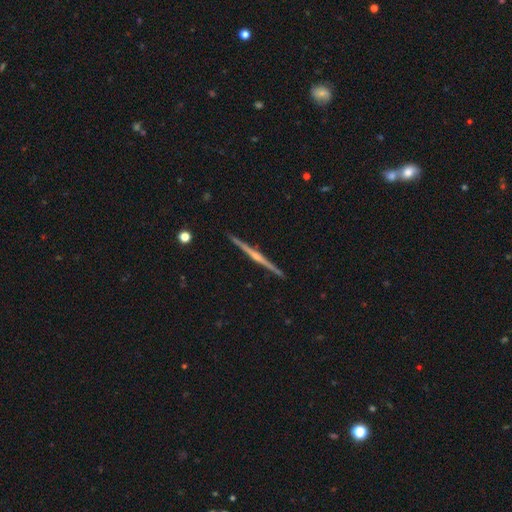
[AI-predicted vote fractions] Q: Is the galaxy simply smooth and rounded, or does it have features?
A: featured or disk — 78%.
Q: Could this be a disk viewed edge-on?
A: yes — 98%.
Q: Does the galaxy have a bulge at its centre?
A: rounded — 70%.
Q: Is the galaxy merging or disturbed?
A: none — 90%.